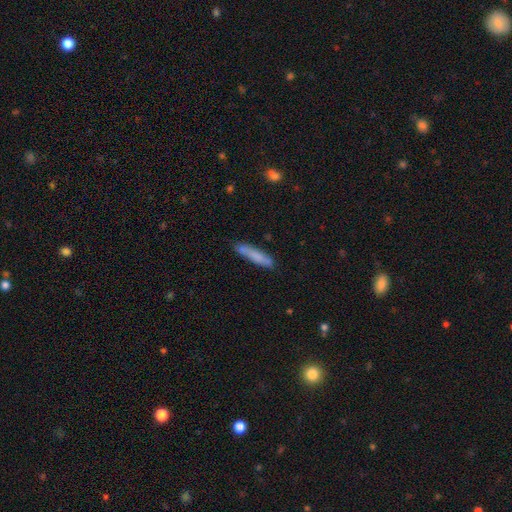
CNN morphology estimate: Smooth or featured? smooth (77%)
How rounded? cigar-shaped (89%)
Merging? none (81%)